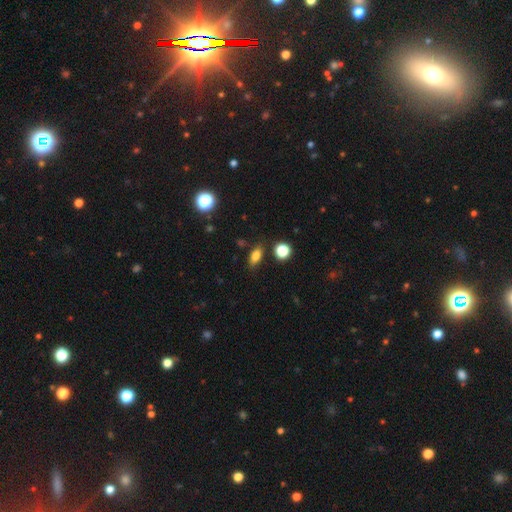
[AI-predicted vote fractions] smooth 79%, star or artifact 11%, featured or disk 10%. Down the decision tree: how rounded — in between (79%); merging — none (82%).